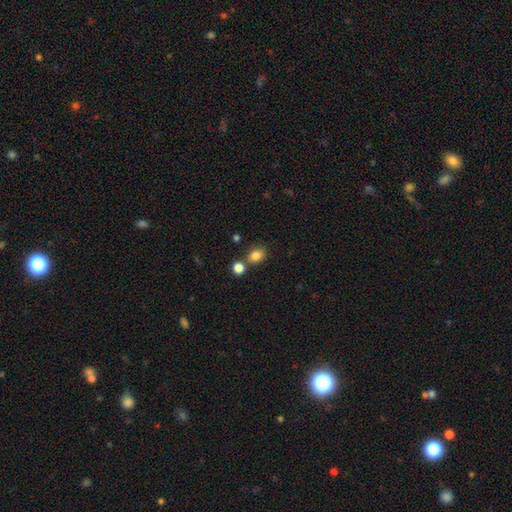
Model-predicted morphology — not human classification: Smooth or featured?
  - smooth: 83% *
  - star or artifact: 11%
  - featured or disk: 6%
How rounded?
  - round: 51% *
  - in between: 48%
  - cigar-shaped: 1%
Merging?
  - none: 70% *
  - merger: 17%
  - minor disturbance: 11%
  - major disturbance: 3%